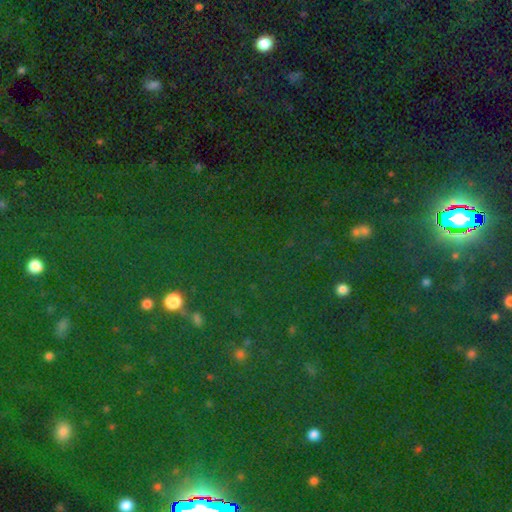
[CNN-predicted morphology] A star or artifact, not a galaxy (79%).

Vote fractions:
- Smooth or featured? star or artifact: 79% / smooth: 13% / featured or disk: 8%